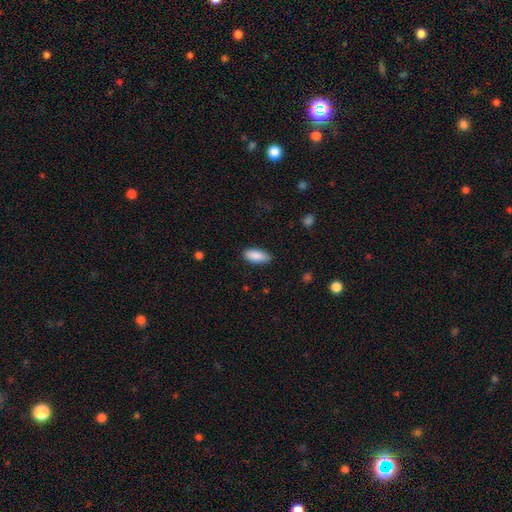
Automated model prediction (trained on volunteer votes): This is clearly a smooth galaxy (89%). How rounded: clearly in between (84%). Merging: clearly none (83%).